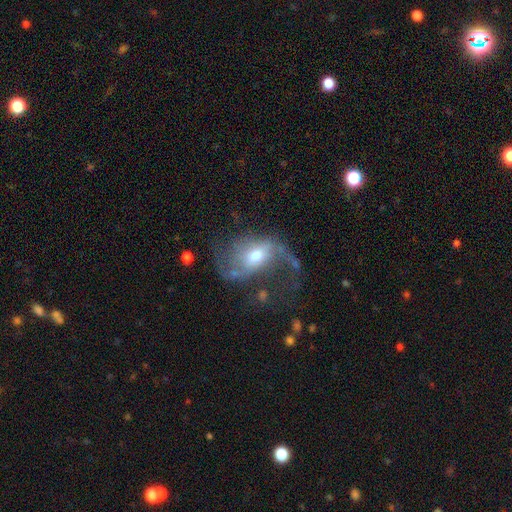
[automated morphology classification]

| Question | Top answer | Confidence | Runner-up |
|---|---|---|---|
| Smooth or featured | featured or disk | 71% | smooth (21%) |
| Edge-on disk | no | 96% | yes (4%) |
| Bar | no | 49% | weak (36%) |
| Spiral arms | yes | 84% | no (16%) |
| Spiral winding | loose | 70% | medium (24%) |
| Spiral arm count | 2 | 72% | 1 (13%) |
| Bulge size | moderate | 60% | small (31%) |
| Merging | major disturbance | 39% | none (37%) |